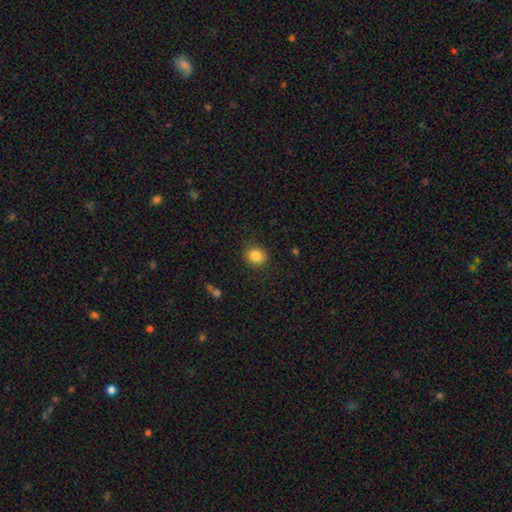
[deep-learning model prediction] A smooth galaxy with no disk features (85%) that is round (76%).

Vote fractions:
- Smooth or featured? smooth: 85% / star or artifact: 10% / featured or disk: 5%
- How rounded? round: 76% / in between: 23% / cigar-shaped: 1%
- Merging? none: 88% / minor disturbance: 8% / major disturbance: 3% / merger: 1%